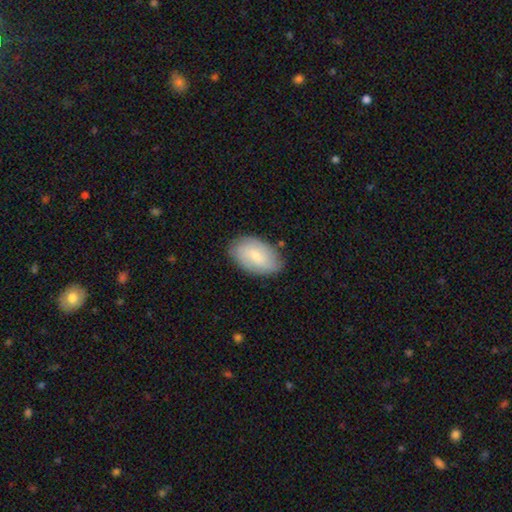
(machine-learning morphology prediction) The model was most divided on "smooth or featured": smooth: 61%, featured or disk: 33%, star or artifact: 6%. More confident: how rounded — in between (93%); merging — none (80%).